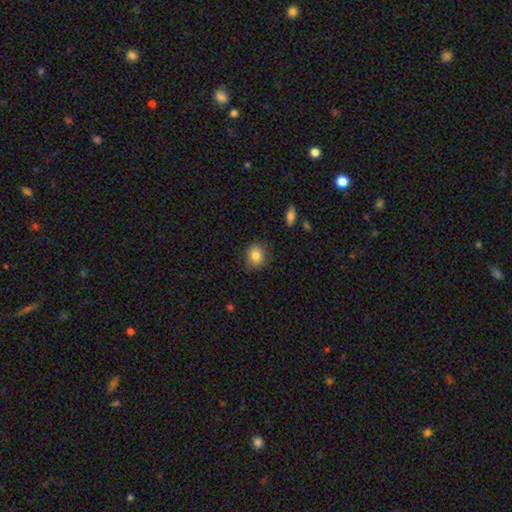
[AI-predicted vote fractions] Smooth or featured: smooth — 82% (star or artifact — 9%)
How rounded: round — 72% (in between — 27%)
Merging: none — 86% (minor disturbance — 11%)